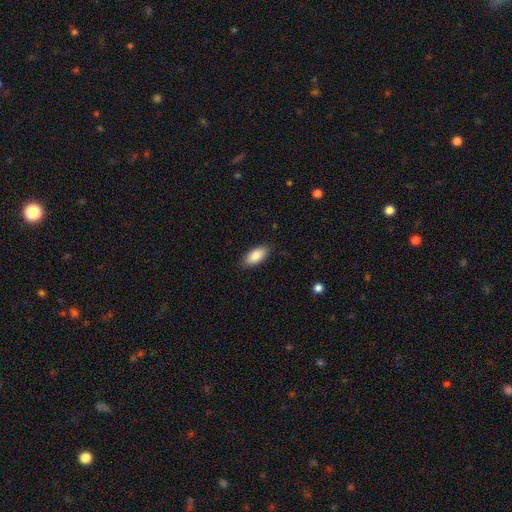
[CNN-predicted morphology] Smooth or featured? smooth (85%)
How rounded? in between (90%)
Merging? none (86%)